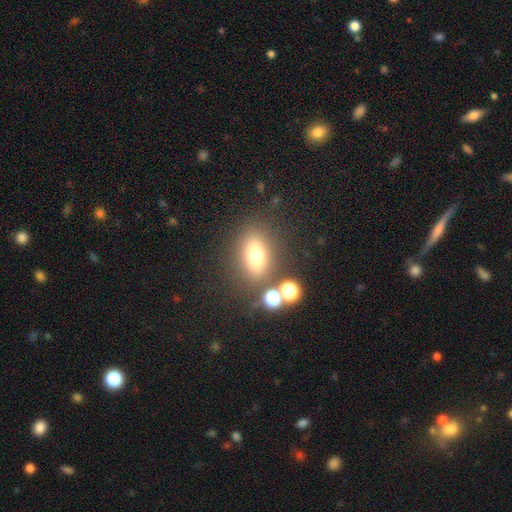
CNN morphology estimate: This is likely a smooth galaxy (70%). How rounded: likely in between (71%). Merging: likely none (75%).